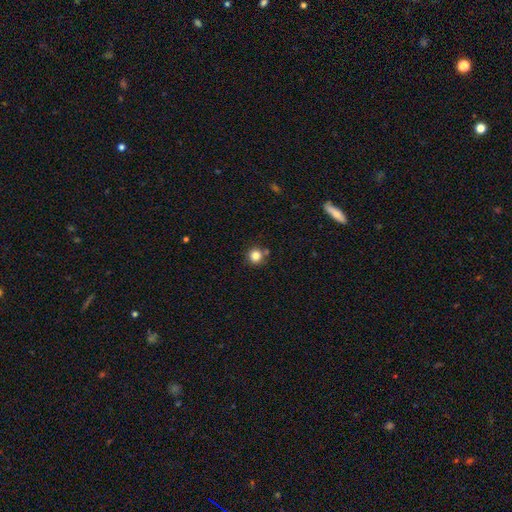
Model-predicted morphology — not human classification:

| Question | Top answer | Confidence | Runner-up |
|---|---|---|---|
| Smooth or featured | smooth | 83% | star or artifact (12%) |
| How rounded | round | 93% | in between (6%) |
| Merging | none | 76% | minor disturbance (11%) |